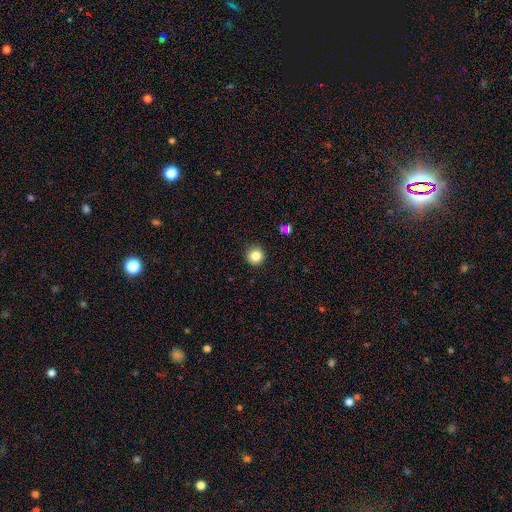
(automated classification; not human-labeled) A smooth galaxy with no disk features (84%) that is round (95%).

Vote fractions:
- Smooth or featured? smooth: 84% / star or artifact: 11% / featured or disk: 5%
- How rounded? round: 95% / in between: 4% / cigar-shaped: 1%
- Merging? none: 91% / minor disturbance: 6% / major disturbance: 2% / merger: 1%